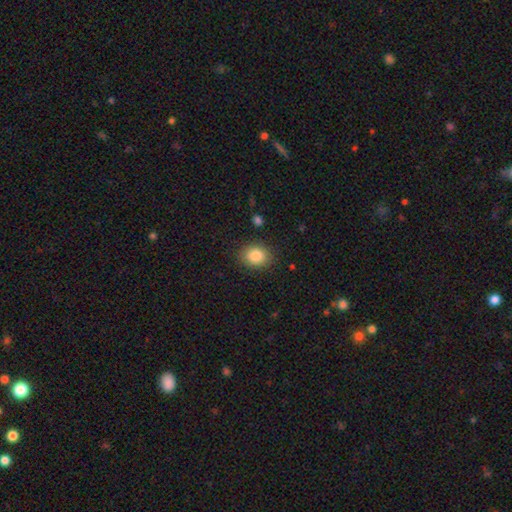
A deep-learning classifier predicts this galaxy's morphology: A smooth galaxy with no disk features (85%) that is round (55%).

Vote fractions:
- Smooth or featured? smooth: 85% / star or artifact: 9% / featured or disk: 6%
- How rounded? round: 55% / in between: 44% / cigar-shaped: 1%
- Merging? none: 86% / minor disturbance: 9% / major disturbance: 3% / merger: 2%